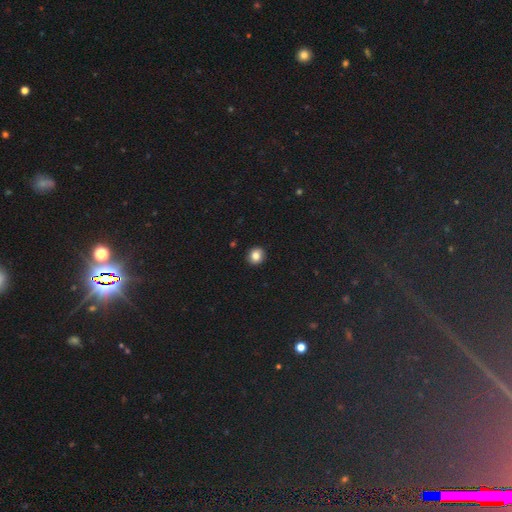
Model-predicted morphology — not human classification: smooth-or-featured: smooth: 84% | star or artifact: 10% | featured or disk: 6%
  how-rounded: round: 85% | in between: 14% | cigar-shaped: 1%
  merging: none: 92% | minor disturbance: 6% | major disturbance: 2% | merger: 1%